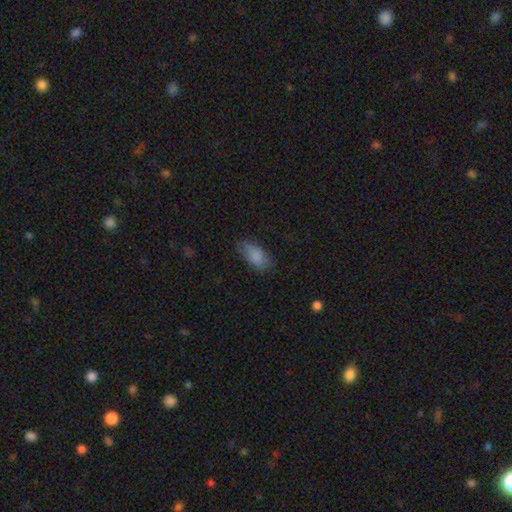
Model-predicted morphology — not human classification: smooth-or-featured: smooth: 85% | featured or disk: 8% | star or artifact: 7%
  how-rounded: in between: 91% | cigar-shaped: 6% | round: 3%
  merging: none: 73% | minor disturbance: 20% | major disturbance: 5% | merger: 1%